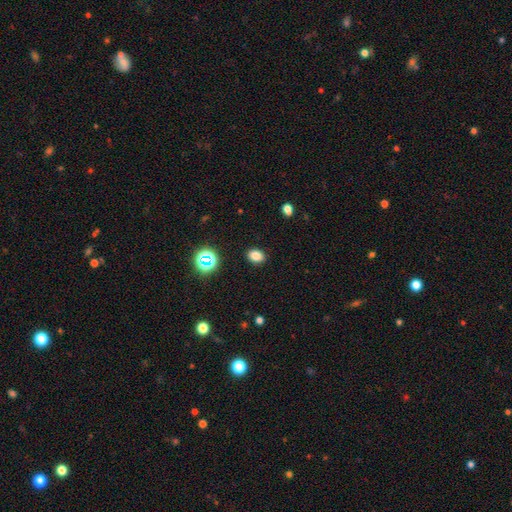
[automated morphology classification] A smooth galaxy with no disk features (80%) that is in between round and cigar-shaped (61%). Merging: none (89%).